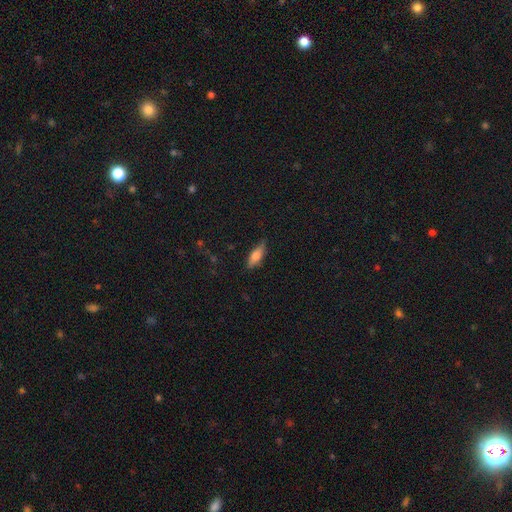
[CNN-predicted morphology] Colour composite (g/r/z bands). It shows a smooth galaxy with no disk features (68%) that is in between round and cigar-shaped (59%). Merging: none (78%).